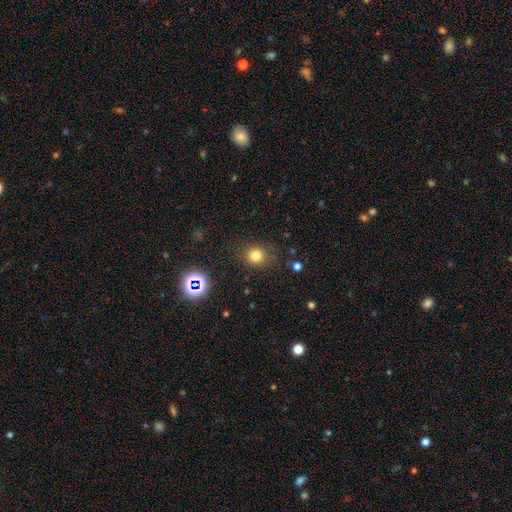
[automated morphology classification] Q: Smooth or featured?
A: smooth (78%); runner-up: star or artifact (16%)
Q: How rounded?
A: round (83%); runner-up: in between (17%)
Q: Merging?
A: none (83%); runner-up: minor disturbance (11%)